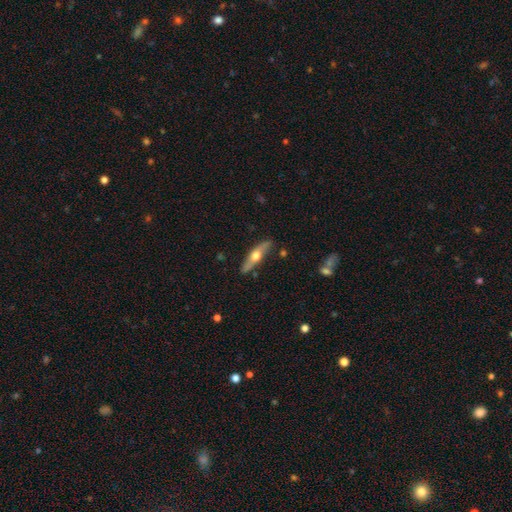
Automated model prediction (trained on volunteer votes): A featured or disk galaxy (59%) viewed edge-on (89%) with a rounded central bulge (95%).

Vote fractions:
- Smooth or featured? featured or disk: 59% / smooth: 36% / star or artifact: 5%
- Edge-on disk? yes: 89% / no: 11%
- Edge-on bulge? rounded: 95% / none: 3% / boxy: 3%
- Merging? none: 86% / minor disturbance: 11% / major disturbance: 2% / merger: 2%